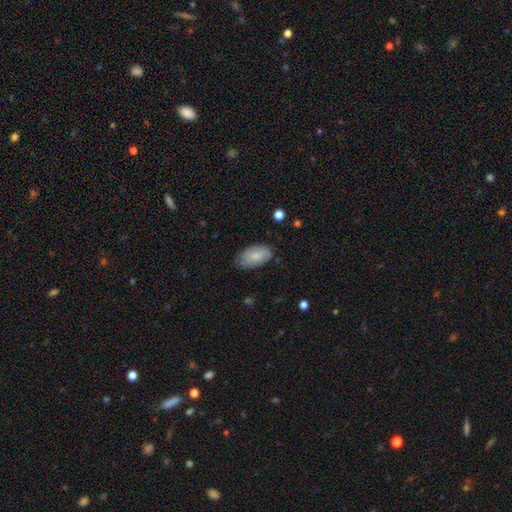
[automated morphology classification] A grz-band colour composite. It shows a smooth galaxy with no disk features (77%) that is in between round and cigar-shaped (94%). Merging: none (69%).